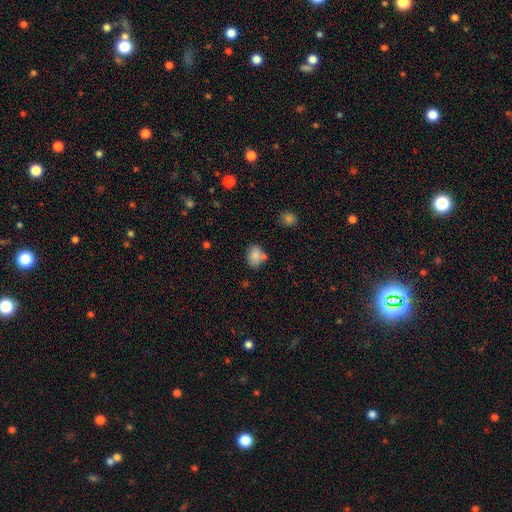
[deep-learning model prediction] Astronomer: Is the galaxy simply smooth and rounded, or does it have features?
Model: smooth — 83%.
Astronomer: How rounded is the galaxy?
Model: in between — 61% (runner-up: round, 38%).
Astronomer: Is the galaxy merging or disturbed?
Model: none — 63%.